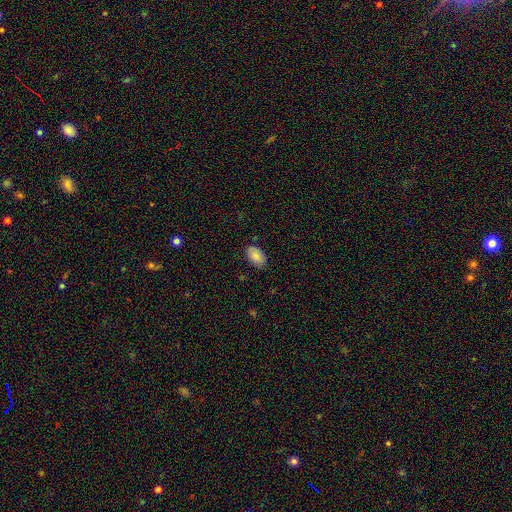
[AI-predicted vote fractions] The model was most divided on "merging": none: 82%, minor disturbance: 14%, major disturbance: 3%, merger: 1%. More confident: how rounded — in between (93%); smooth or featured — smooth (86%).